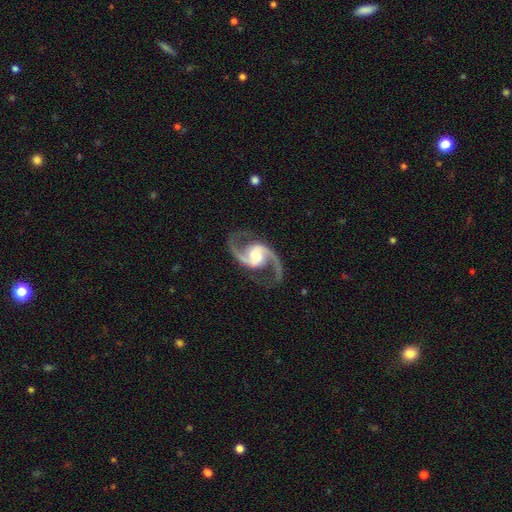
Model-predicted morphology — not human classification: Smooth or featured? featured or disk (94%)
Edge-on disk? no (98%)
Bar? weak (43%)
Spiral arms? yes (99%)
Spiral winding? medium (55%)
Spiral arm count? 2 (95%)
Bulge size? moderate (49%)
Merging? none (84%)